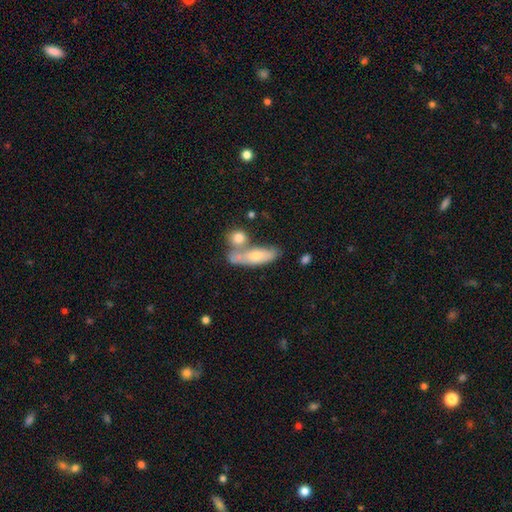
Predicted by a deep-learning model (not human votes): This is possibly a smooth galaxy (59%). How rounded: possibly cigar-shaped (49%). Merging: possibly none (45%).